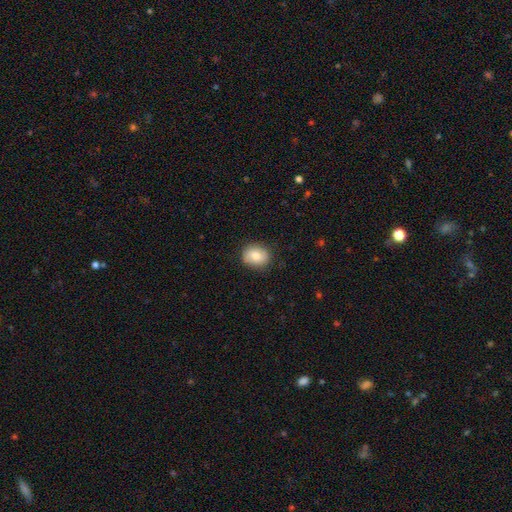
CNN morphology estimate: smooth 82%, featured or disk 11%, star or artifact 8%. Down the decision tree: how rounded — round (53%); merging — none (85%).